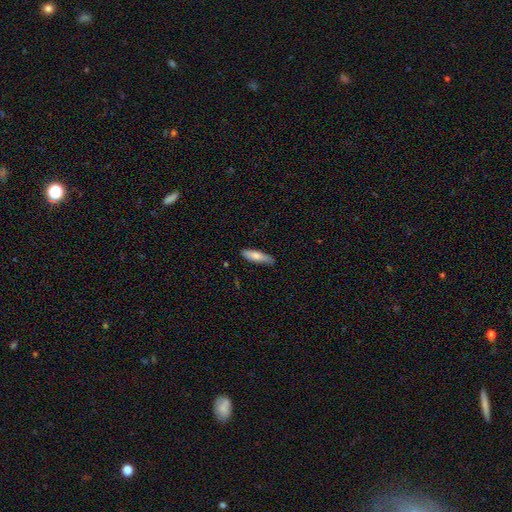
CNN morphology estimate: The model was most divided on "how rounded": cigar-shaped: 66%, in between: 32%, round: 2%. More confident: merging — none (82%); smooth or featured — smooth (75%).